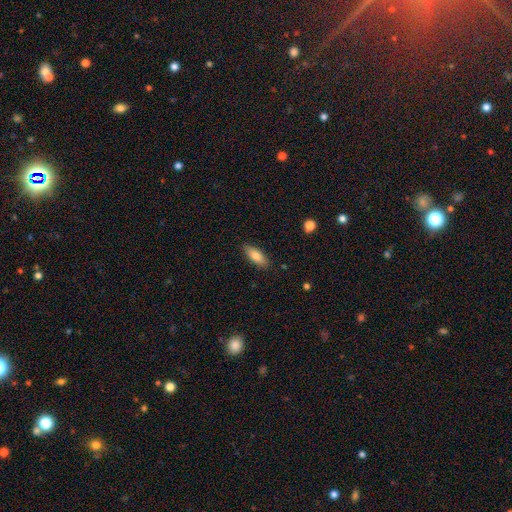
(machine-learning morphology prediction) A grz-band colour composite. It shows a smooth galaxy with no disk features (80%) that is in between round and cigar-shaped (72%). Merging: none (87%).